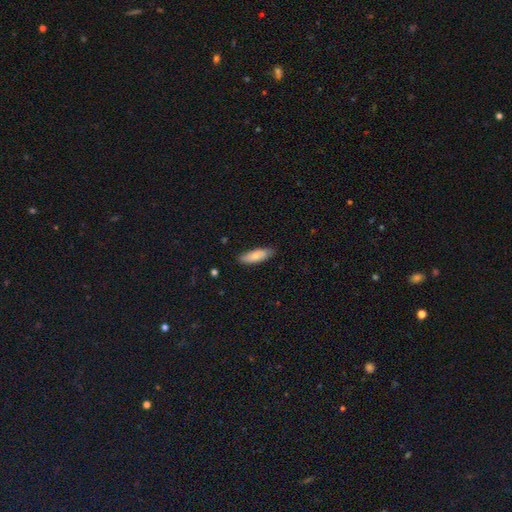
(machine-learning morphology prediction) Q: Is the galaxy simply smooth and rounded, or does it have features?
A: smooth — 78%.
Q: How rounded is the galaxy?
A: in between — 60%.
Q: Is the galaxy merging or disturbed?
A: none — 82%.